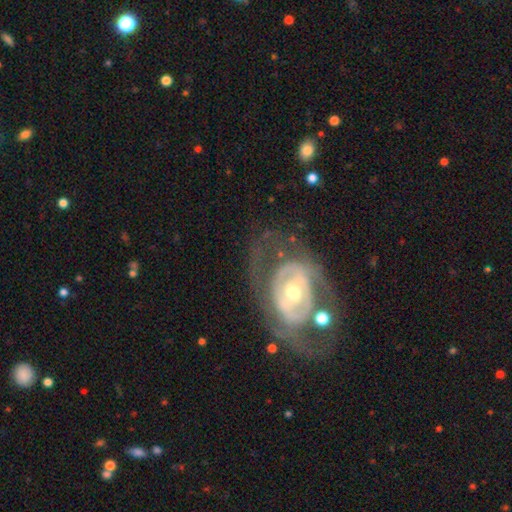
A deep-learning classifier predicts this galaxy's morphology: Smooth or featured? Predicted: featured or disk (p=0.79). Edge-on disk? Predicted: no (p=0.95). Bar? Predicted: no (p=0.57). Spiral arms? Predicted: yes (p=0.59). Bulge size? Predicted: small (p=0.48). Merging? Predicted: none (p=0.58).